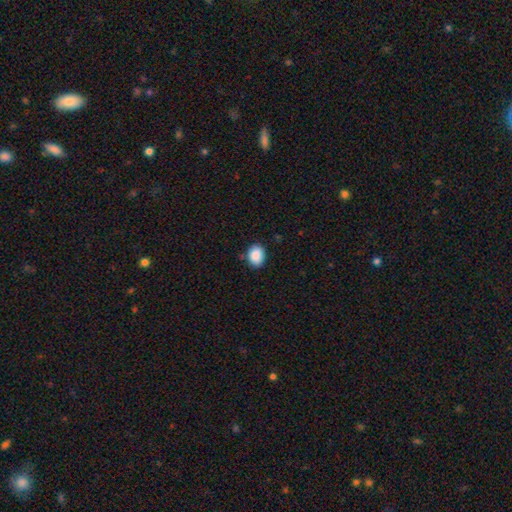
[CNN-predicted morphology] smooth 88%, star or artifact 8%, featured or disk 4%. Down the decision tree: how rounded — in between (60%); merging — none (83%).